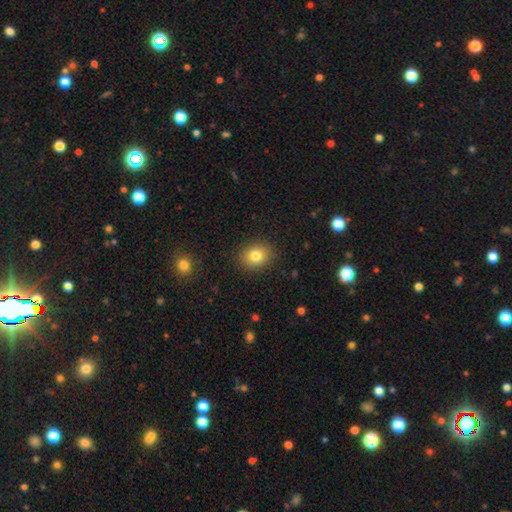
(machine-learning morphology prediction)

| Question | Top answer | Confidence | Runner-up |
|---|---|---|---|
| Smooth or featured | smooth | 81% | star or artifact (11%) |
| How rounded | round | 59% | in between (40%) |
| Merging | none | 89% | minor disturbance (8%) |